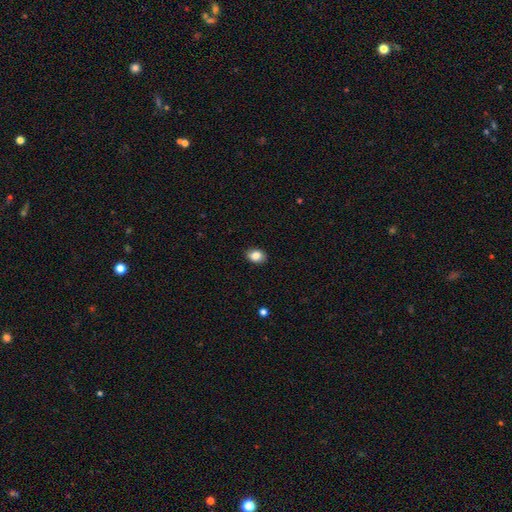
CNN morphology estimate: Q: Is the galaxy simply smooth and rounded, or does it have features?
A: smooth — 85%.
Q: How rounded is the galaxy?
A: in between — 69%.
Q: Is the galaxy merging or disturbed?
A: none — 88%.